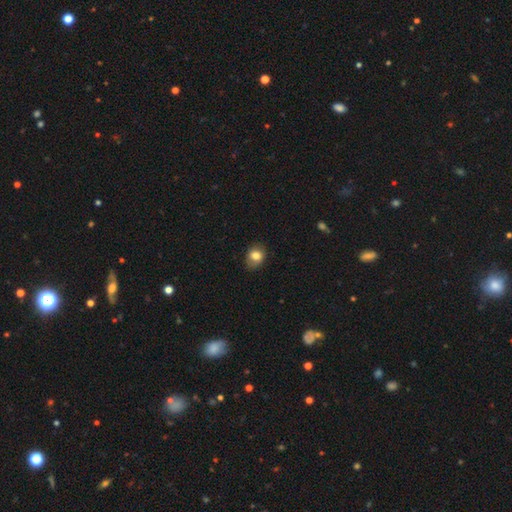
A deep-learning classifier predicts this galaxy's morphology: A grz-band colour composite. It shows a smooth galaxy with no disk features (79%) that is in between round and cigar-shaped (53%). Merging: none (74%).